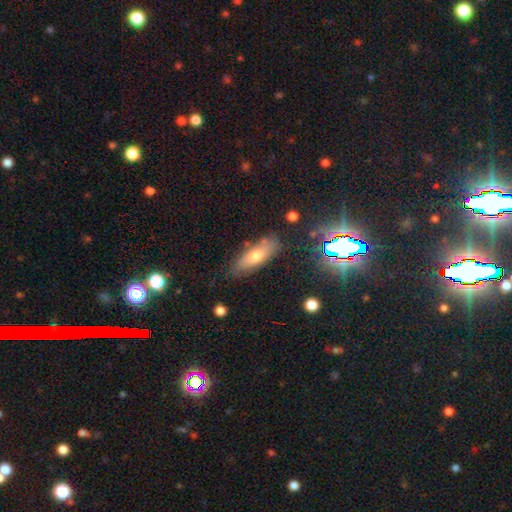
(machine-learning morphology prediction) type=smooth (64%); roundness=in between (60%); merging=none (76%).